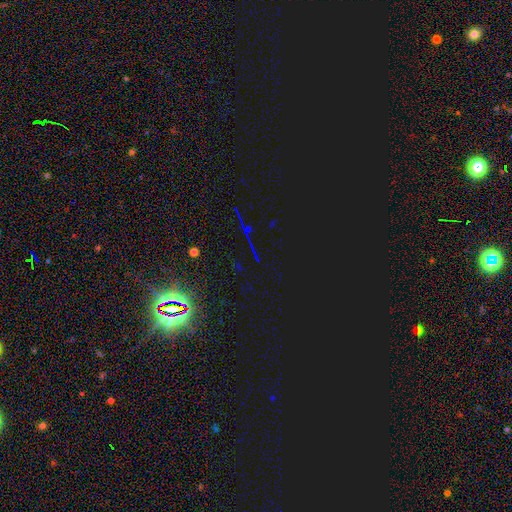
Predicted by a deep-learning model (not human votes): star or artifact 81%, smooth 10%, featured or disk 8%.